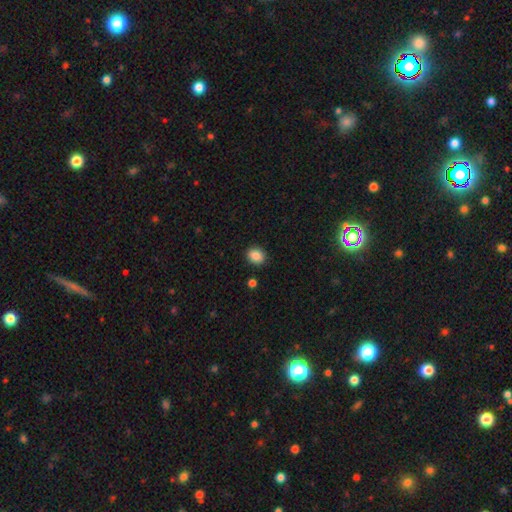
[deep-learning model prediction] This is clearly a smooth galaxy (87%). How rounded: likely round (62%). Merging: clearly none (89%).